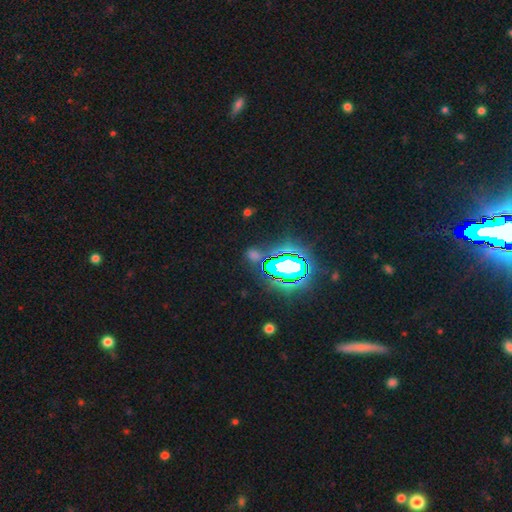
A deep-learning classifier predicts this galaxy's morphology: The model was most divided on "smooth or featured": star or artifact: 64%, smooth: 25%, featured or disk: 11%.